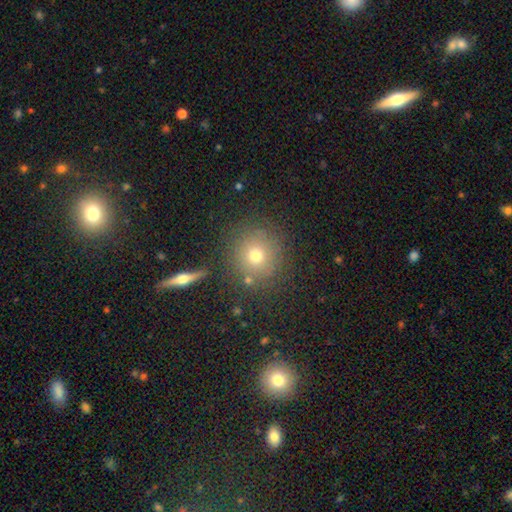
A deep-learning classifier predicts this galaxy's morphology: The model was most divided on "smooth or featured": smooth: 69%, star or artifact: 16%, featured or disk: 15%. More confident: how rounded — round (92%); merging — none (83%).